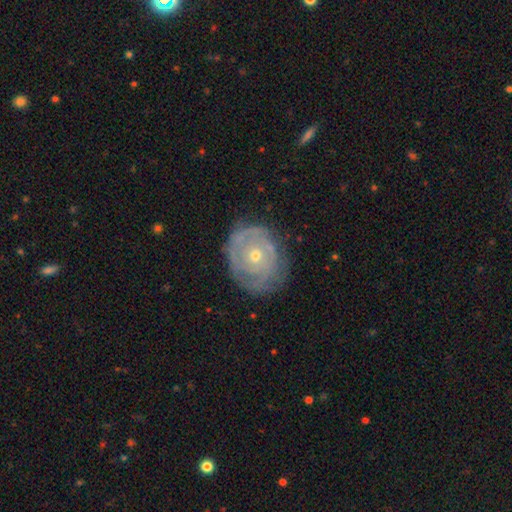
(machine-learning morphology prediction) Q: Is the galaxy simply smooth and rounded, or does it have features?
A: featured or disk — 76%.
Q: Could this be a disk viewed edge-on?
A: no — 97%.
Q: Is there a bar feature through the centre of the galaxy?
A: no — 86%.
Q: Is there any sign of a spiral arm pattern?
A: yes — 77%.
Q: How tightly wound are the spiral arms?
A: tight — 75%.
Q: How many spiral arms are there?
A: can't tell — 49%.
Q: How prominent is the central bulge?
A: small — 54%.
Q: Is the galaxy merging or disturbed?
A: none — 70%.